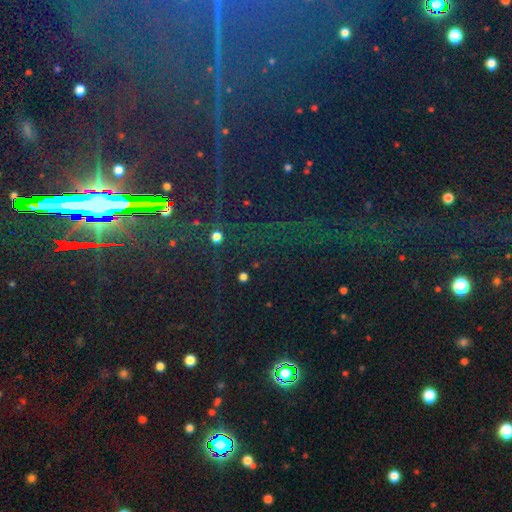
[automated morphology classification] This appears to be a star or artifact, not a galaxy (83%).